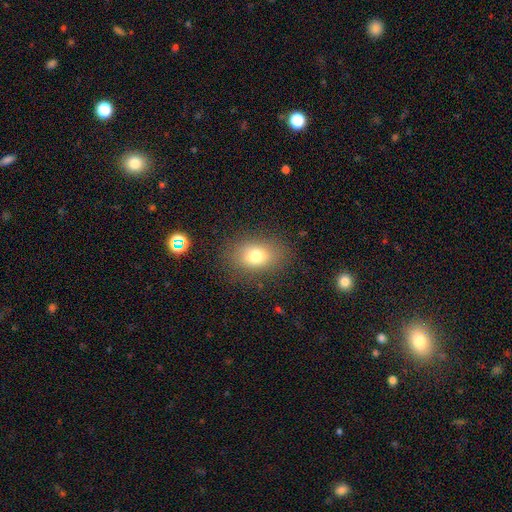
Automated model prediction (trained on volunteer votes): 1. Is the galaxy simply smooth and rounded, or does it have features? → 76% smooth, 12% star or artifact, 11% featured or disk.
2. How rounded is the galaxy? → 74% in between, 25% round, 1% cigar-shaped.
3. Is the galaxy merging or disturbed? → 83% none, 11% minor disturbance, 5% major disturbance, 1% merger.